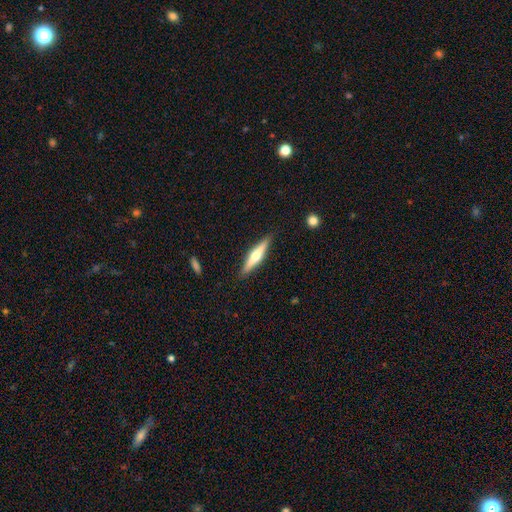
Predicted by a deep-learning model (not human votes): smooth-or-featured: featured or disk: 57% | smooth: 37% | star or artifact: 5%
  disk-edge-on: yes: 96% | no: 4%
    edge-on-bulge: rounded: 90% | none: 5% | boxy: 5%
  merging: none: 90% | minor disturbance: 8% | major disturbance: 2% | merger: 1%